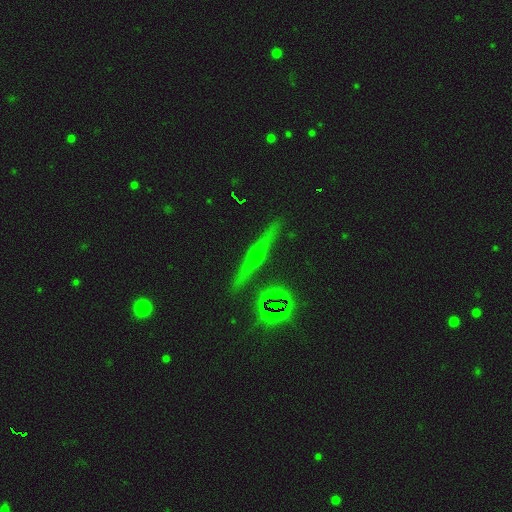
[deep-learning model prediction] Smooth or featured: featured or disk — 63% (smooth — 21%)
Edge-on disk: yes — 95% (no — 5%)
Edge-on bulge: rounded — 86% (boxy — 7%)
Merging: none — 88% (minor disturbance — 8%)